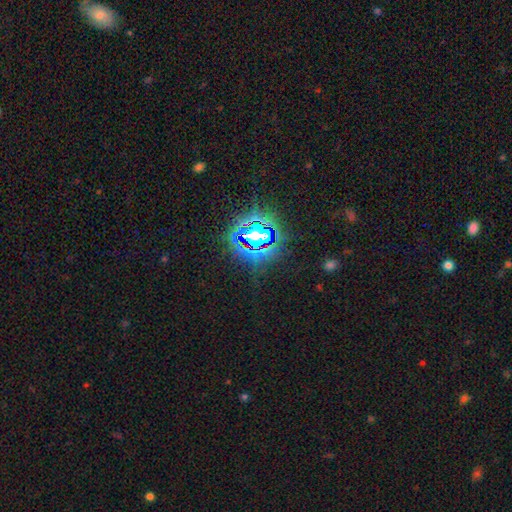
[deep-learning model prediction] This appears to be a star or artifact, not a galaxy (84%).